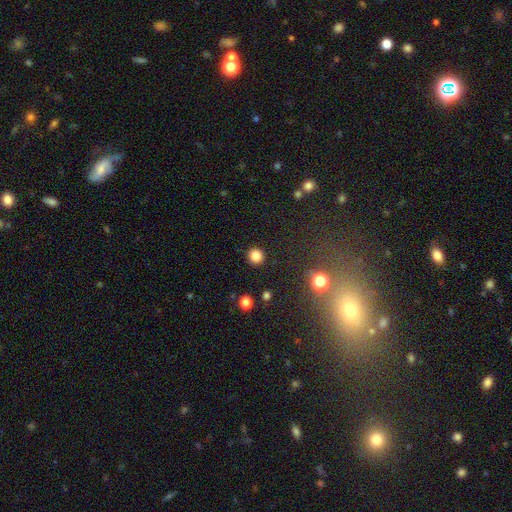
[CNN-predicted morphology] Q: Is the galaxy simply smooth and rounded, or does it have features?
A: smooth — 83%.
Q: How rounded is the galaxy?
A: round — 94%.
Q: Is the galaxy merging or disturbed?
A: none — 92%.